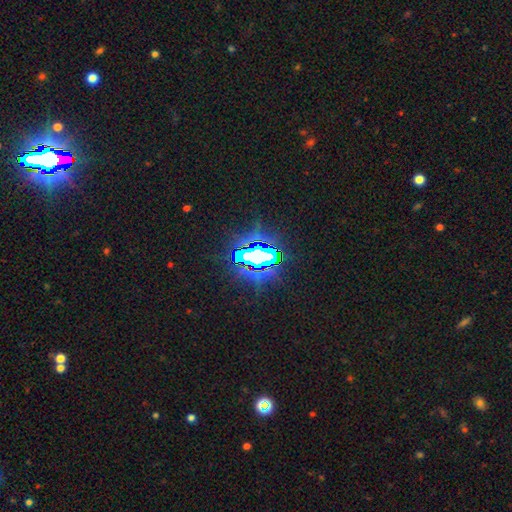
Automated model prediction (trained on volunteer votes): smooth-or-featured: star or artifact: 84% | smooth: 10% | featured or disk: 7%